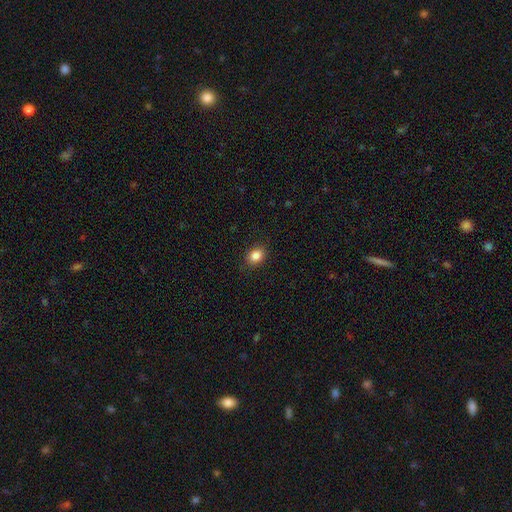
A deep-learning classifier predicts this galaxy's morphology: A smooth galaxy with no disk features (85%) that is round (50%).

Vote fractions:
- Smooth or featured? smooth: 85% / star or artifact: 10% / featured or disk: 5%
- How rounded? round: 50% / in between: 49% / cigar-shaped: 1%
- Merging? none: 89% / minor disturbance: 8% / major disturbance: 2% / merger: 1%